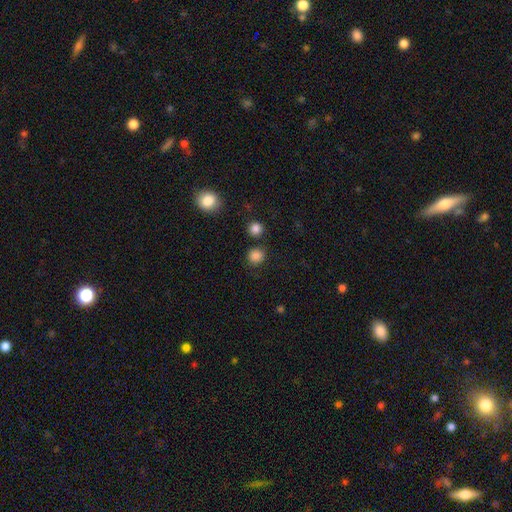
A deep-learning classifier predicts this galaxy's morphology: smooth_or_featured: smooth (p=0.85) [alt: star or artifact p=0.12]
how_rounded: round (p=0.91) [alt: in between p=0.08]
merging: none (p=0.84) [alt: minor disturbance p=0.08]